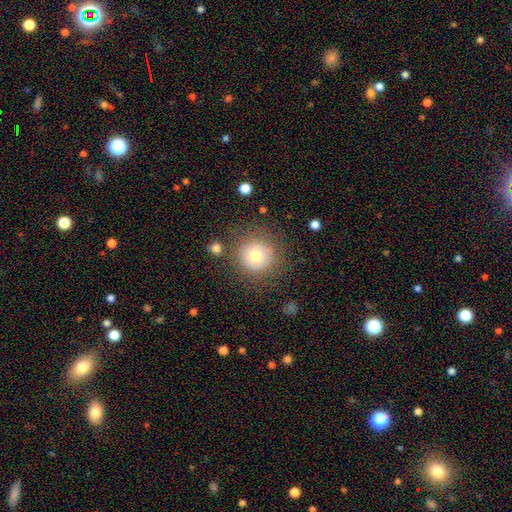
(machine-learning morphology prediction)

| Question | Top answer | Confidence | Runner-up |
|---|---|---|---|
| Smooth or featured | smooth | 73% | featured or disk (16%) |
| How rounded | round | 94% | in between (5%) |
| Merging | none | 80% | minor disturbance (11%) |